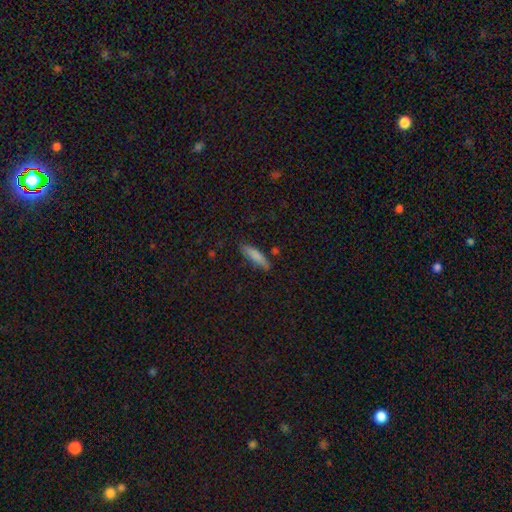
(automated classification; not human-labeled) smooth_or_featured: smooth (p=0.81) [alt: featured or disk p=0.12]
how_rounded: cigar-shaped (p=0.72) [alt: in between p=0.27]
merging: none (p=0.77) [alt: minor disturbance p=0.17]